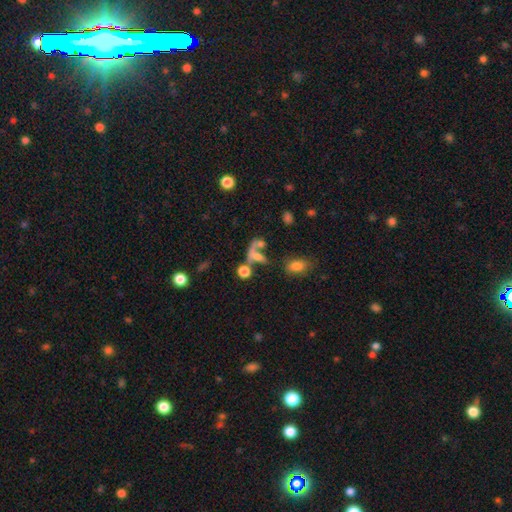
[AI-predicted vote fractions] This appears to be a smooth galaxy with no disk features (55%) that is in between round and cigar-shaped (45%). Merging: merger (41%).